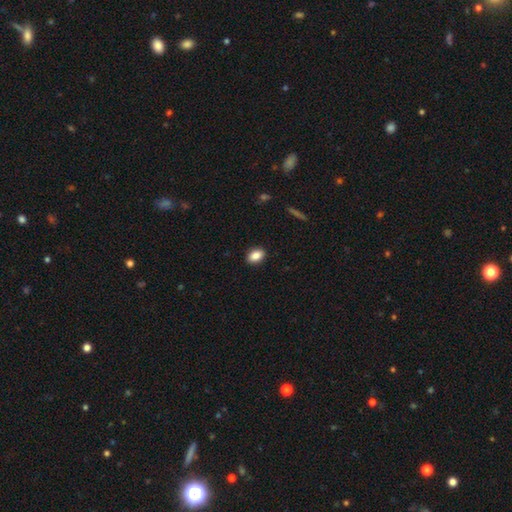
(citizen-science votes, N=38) A smooth galaxy with no disk features (95%) that is in between round and cigar-shaped (100%).

Vote fractions:
- Smooth or featured? smooth: 95% / star or artifact: 5% / featured or disk: 0%
- How rounded? in between: 100% / round: 0% / cigar-shaped: 0%
- Merging? none: 92% / minor disturbance: 8% / major disturbance: 0% / merger: 0%